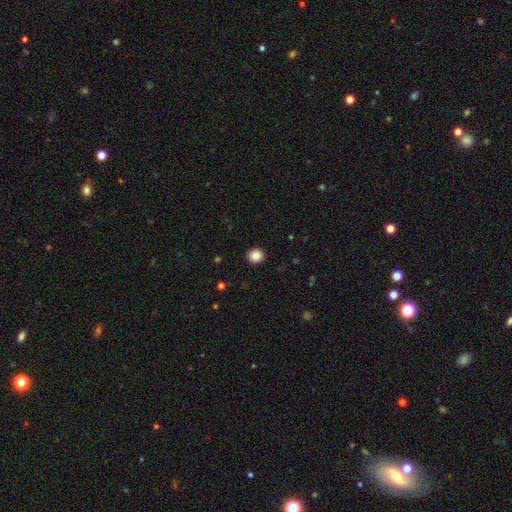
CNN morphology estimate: This appears to be a smooth galaxy with no disk features (87%) that is round (90%). Merging: none (93%).